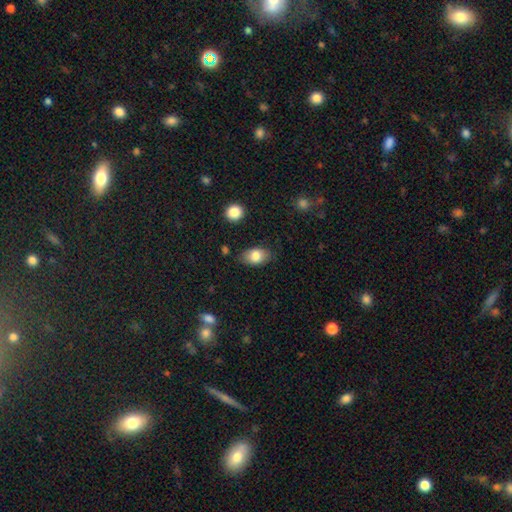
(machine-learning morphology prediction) smooth 81%, featured or disk 11%, star or artifact 8%. Down the decision tree: how rounded — in between (88%); merging — none (81%).